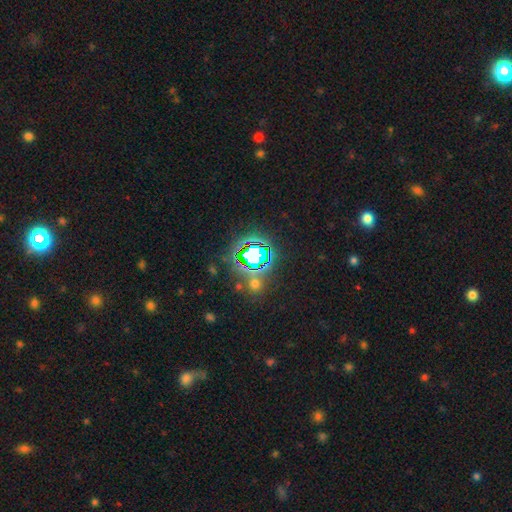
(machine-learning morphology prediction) type=star or artifact (74%).